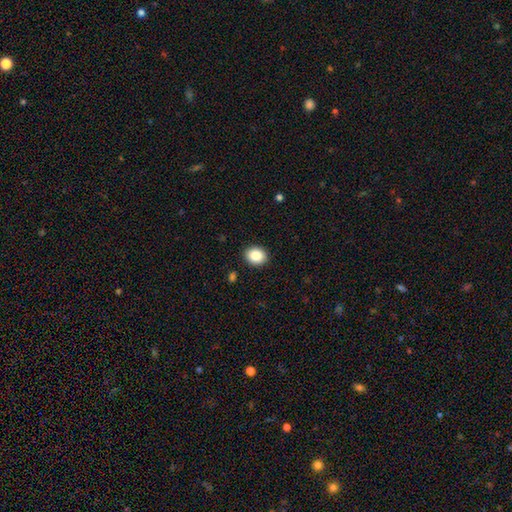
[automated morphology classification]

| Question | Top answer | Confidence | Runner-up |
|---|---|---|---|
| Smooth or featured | smooth | 87% | star or artifact (8%) |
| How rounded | round | 54% | in between (45%) |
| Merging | none | 91% | minor disturbance (6%) |